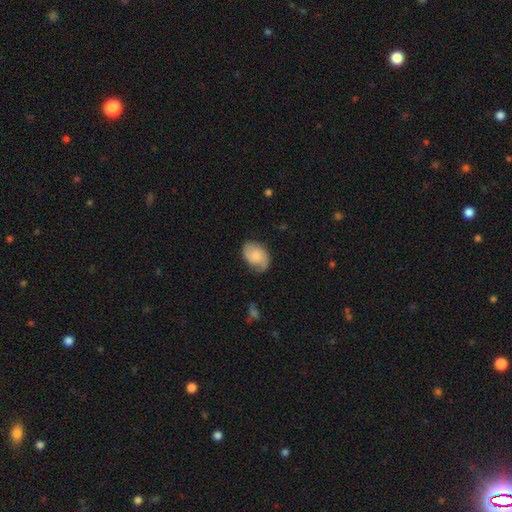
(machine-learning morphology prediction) type=featured or disk (50%); merging=none (64%).